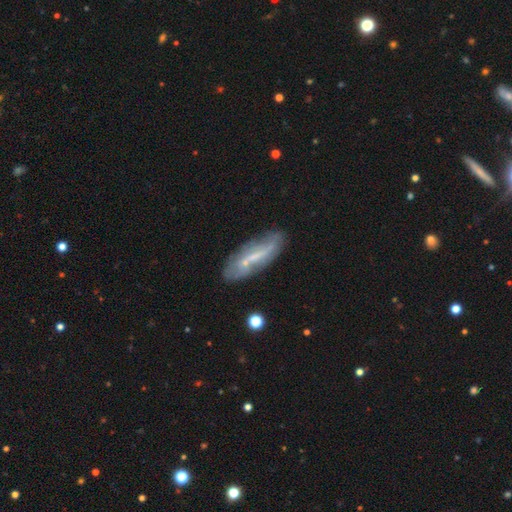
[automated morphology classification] Smooth or featured? Predicted: featured or disk (p=0.57). Edge-on disk? Predicted: no (p=0.74). Merging? Predicted: none (p=0.66).